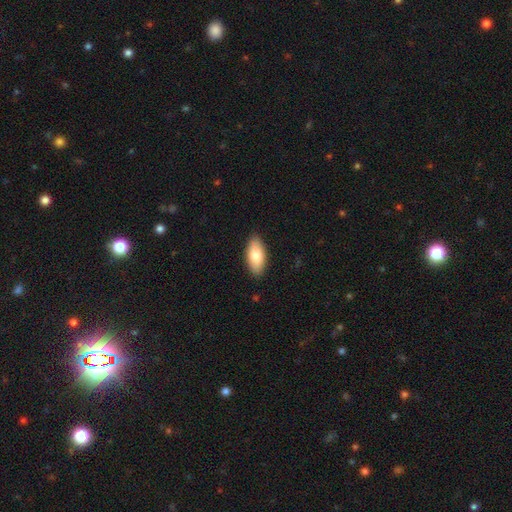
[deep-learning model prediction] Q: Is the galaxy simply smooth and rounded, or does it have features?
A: smooth — 80%.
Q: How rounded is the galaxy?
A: in between — 87%.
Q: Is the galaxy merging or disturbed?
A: none — 88%.